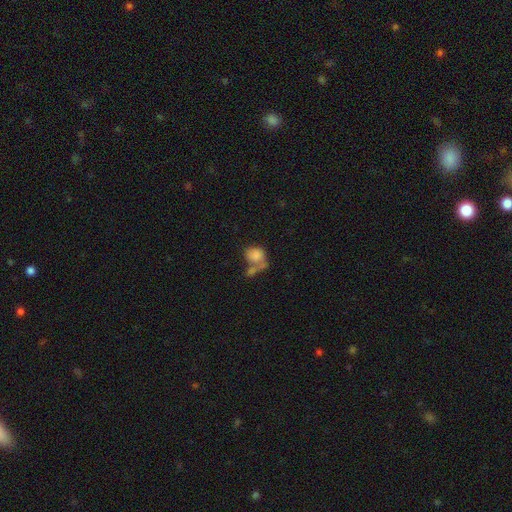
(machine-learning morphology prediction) A smooth galaxy with no disk features (78%) that is round (58%). Merging: merger (46%).